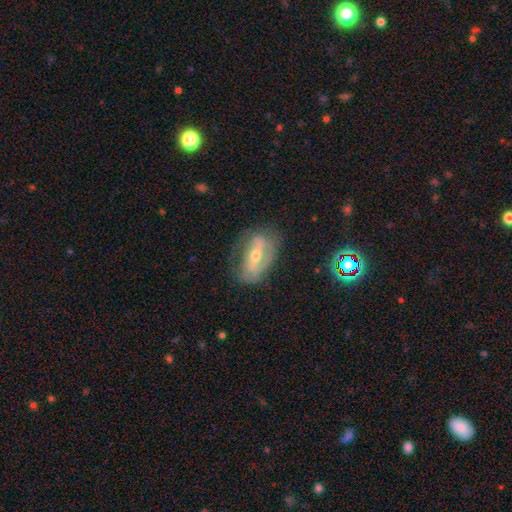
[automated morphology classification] A featured or disk galaxy (76%) with a strong bar (53%), 2 (71%) medium (38%) spiral arms (77%) and a moderate central bulge (50%).

Vote fractions:
- Smooth or featured? featured or disk: 76% / smooth: 15% / star or artifact: 9%
- Edge-on disk? no: 90% / yes: 10%
- Bar? strong: 53% / weak: 29% / no: 18%
- Spiral arms? yes: 77% / no: 23%
- Spiral winding? medium: 38% / tight: 36% / loose: 26%
- Spiral arm count? 2: 71% / can't tell: 18% / 1: 6% / 3: 3% / 4: 1% / more than 4: 1%
- Bulge size? moderate: 50% / small: 47% / large: 2% / none: 1% / dominant: 1%
- Merging? none: 71% / minor disturbance: 19% / major disturbance: 8% / merger: 2%